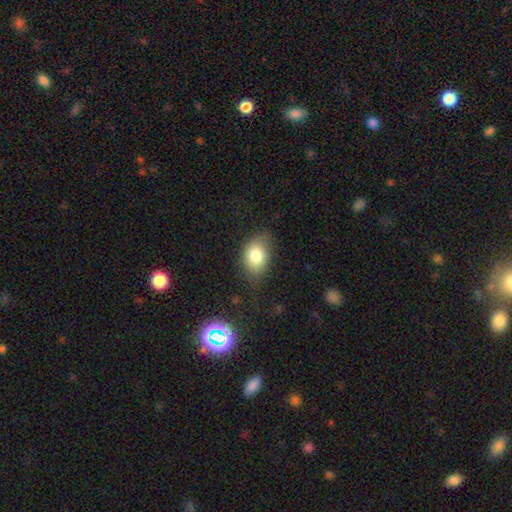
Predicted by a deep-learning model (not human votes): Morphology: type=smooth (79%); roundness=in between (73%); merging=none (64%).